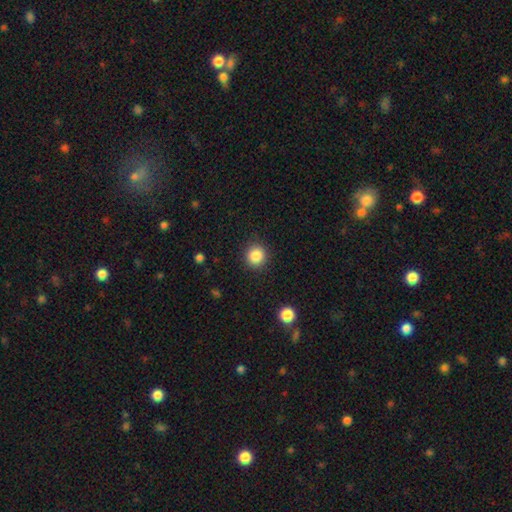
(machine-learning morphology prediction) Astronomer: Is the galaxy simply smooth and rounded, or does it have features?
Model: smooth — 86%.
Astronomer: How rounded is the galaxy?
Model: round — 91%.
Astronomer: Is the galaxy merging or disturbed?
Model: none — 90%.